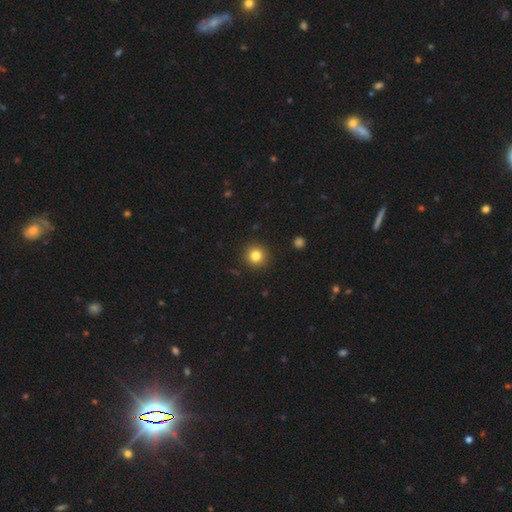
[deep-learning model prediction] Q: Smooth or featured?
A: smooth (82%); runner-up: star or artifact (12%)
Q: How rounded?
A: round (95%); runner-up: in between (4%)
Q: Merging?
A: none (92%); runner-up: minor disturbance (5%)